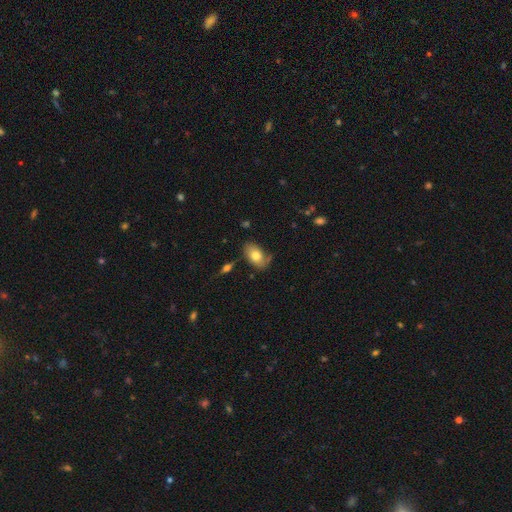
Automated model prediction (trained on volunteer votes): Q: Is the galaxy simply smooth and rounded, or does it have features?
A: smooth — 71%.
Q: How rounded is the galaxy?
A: in between — 90%.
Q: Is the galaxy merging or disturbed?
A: none — 62%.